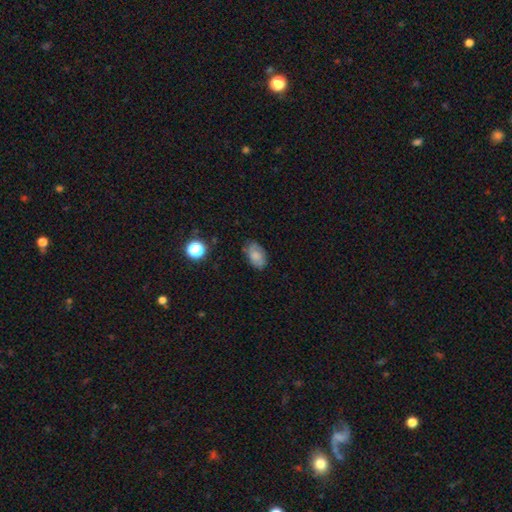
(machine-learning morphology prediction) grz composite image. It shows a smooth galaxy with no disk features (72%) that is in between round and cigar-shaped (88%). Merging: none (74%).